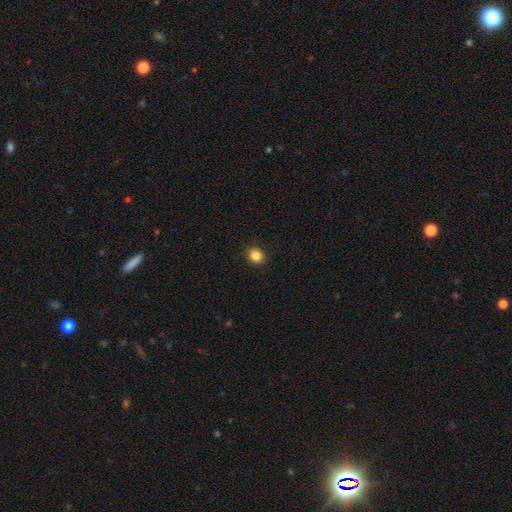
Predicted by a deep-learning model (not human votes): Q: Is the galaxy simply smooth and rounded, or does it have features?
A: smooth — 85%.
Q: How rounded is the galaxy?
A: round — 82%.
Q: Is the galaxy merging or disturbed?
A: none — 91%.